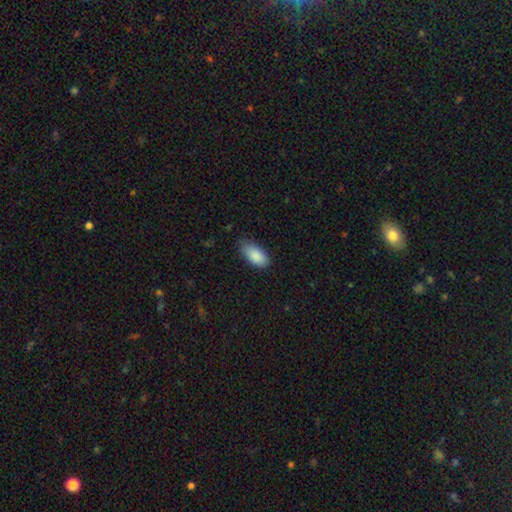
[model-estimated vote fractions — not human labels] The model was most divided on "merging": none: 70%, minor disturbance: 25%, major disturbance: 4%, merger: 1%. More confident: how rounded — in between (92%); smooth or featured — smooth (89%).